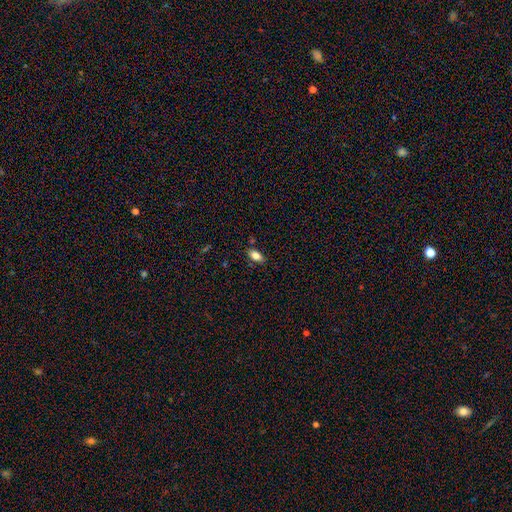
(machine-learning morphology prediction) smooth 82%, featured or disk 9%, star or artifact 9%. Down the decision tree: how rounded — in between (89%); merging — none (83%).